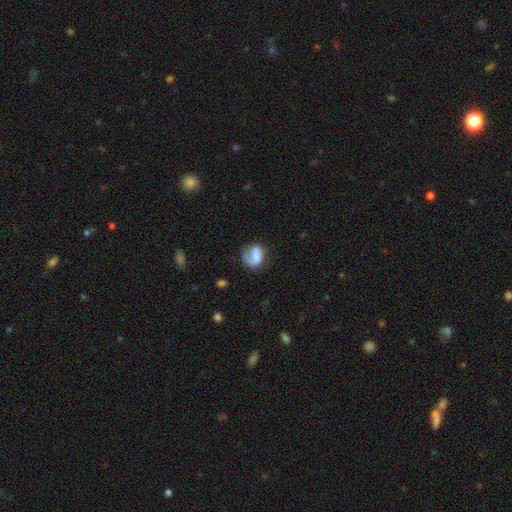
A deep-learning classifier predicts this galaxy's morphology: A smooth galaxy with no disk features (54%) that is in between round and cigar-shaped (51%).

Vote fractions:
- Smooth or featured? smooth: 54% / featured or disk: 37% / star or artifact: 9%
- How rounded? in between: 51% / round: 46% / cigar-shaped: 2%
- Merging? none: 38% / major disturbance: 32% / minor disturbance: 23% / merger: 7%